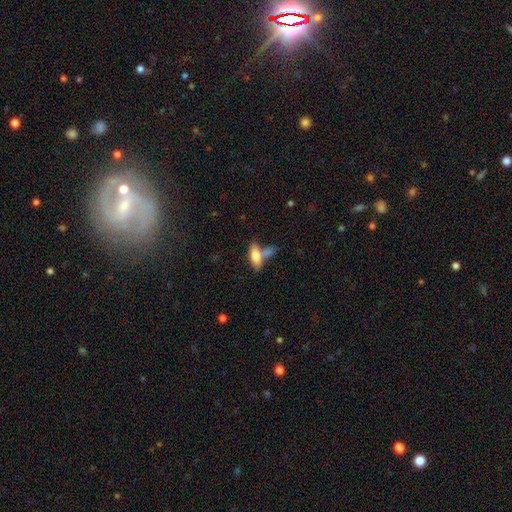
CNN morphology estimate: smooth-or-featured: smooth: 69% | featured or disk: 25% | star or artifact: 7%
  how-rounded: in between: 68% | cigar-shaped: 29% | round: 3%
  merging: none: 47% | merger: 34% | minor disturbance: 13% | major disturbance: 6%